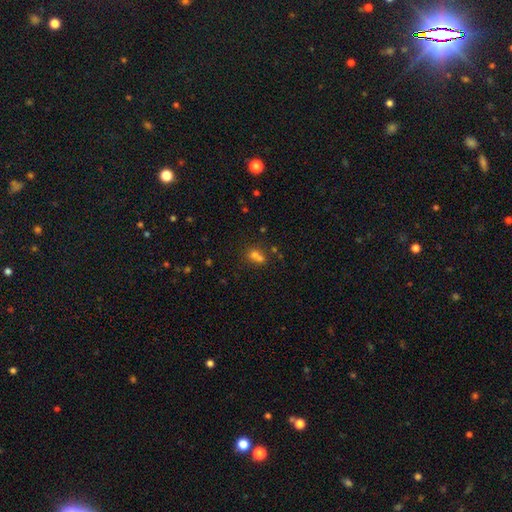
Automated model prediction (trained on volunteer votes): This is likely a smooth galaxy (61%). How rounded: likely round (70%). Merging: possibly merger (54%).